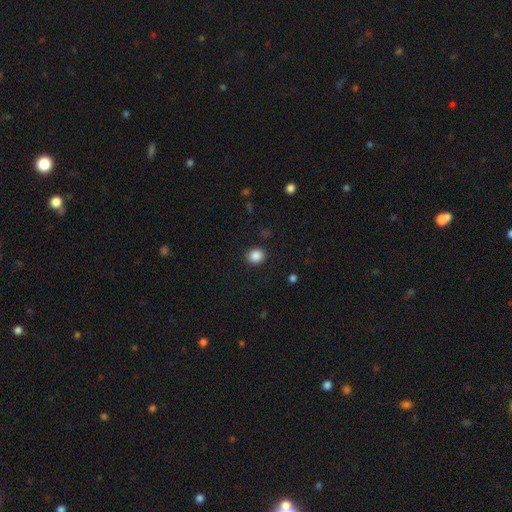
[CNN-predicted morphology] Smooth or featured? Predicted: smooth (p=0.87). How rounded? Predicted: round (p=0.76). Merging? Predicted: none (p=0.90).